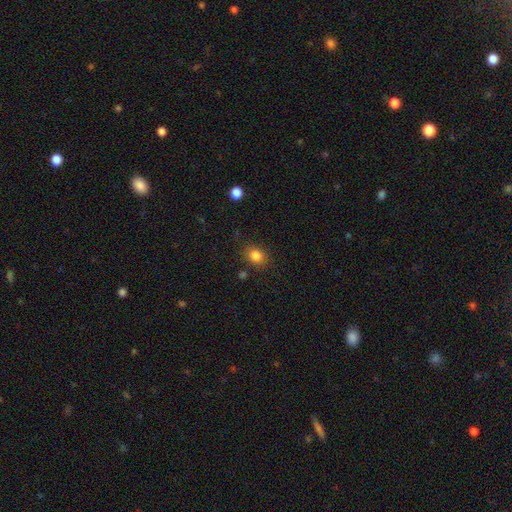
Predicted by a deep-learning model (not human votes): smooth 84%, star or artifact 11%, featured or disk 5%. Down the decision tree: how rounded — round (55%); merging — none (81%).